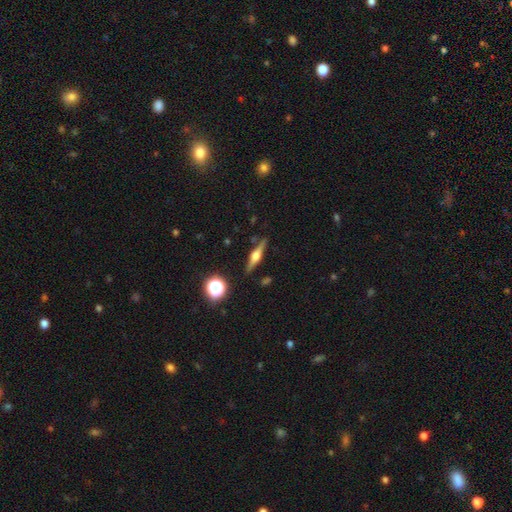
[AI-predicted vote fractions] The model was most divided on "smooth or featured": featured or disk: 71%, smooth: 22%, star or artifact: 8%. More confident: edge-on disk — yes (97%); edge-on bulge — rounded (92%); merging — none (88%).